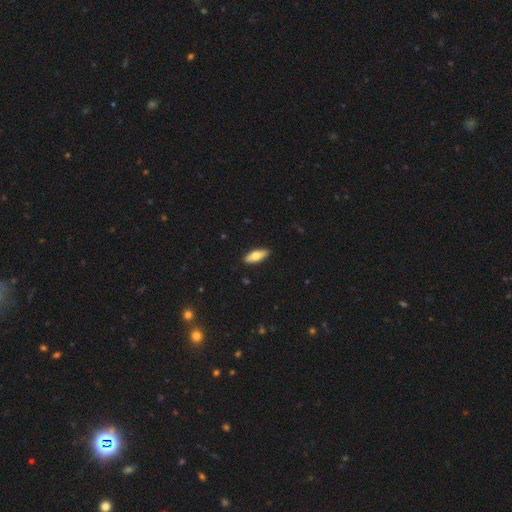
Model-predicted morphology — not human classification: smooth-or-featured: smooth: 70% | featured or disk: 24% | star or artifact: 6%
  how-rounded: in between: 69% | cigar-shaped: 29% | round: 2%
  merging: none: 90% | minor disturbance: 8% | major disturbance: 2% | merger: 1%